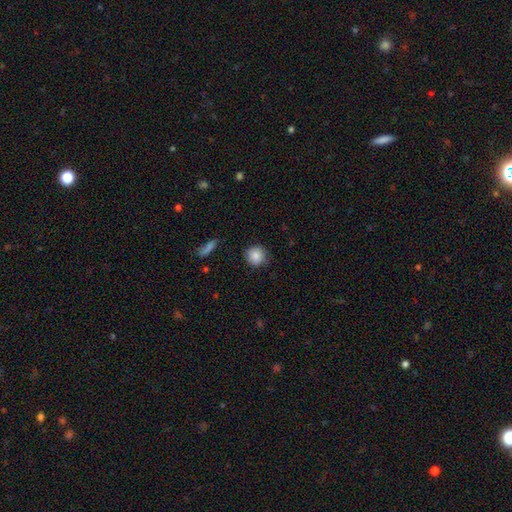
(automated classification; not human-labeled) Smooth or featured? Predicted: smooth (p=0.87). How rounded? Predicted: round (p=0.92). Merging? Predicted: none (p=0.87).